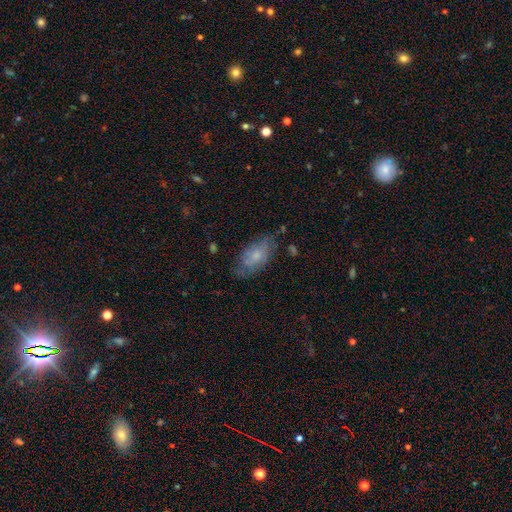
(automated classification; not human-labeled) smooth_or_featured: smooth (p=0.59) [alt: featured or disk p=0.33]
how_rounded: in between (p=0.91) [alt: cigar-shaped p=0.05]
merging: none (p=0.57) [alt: minor disturbance p=0.29]